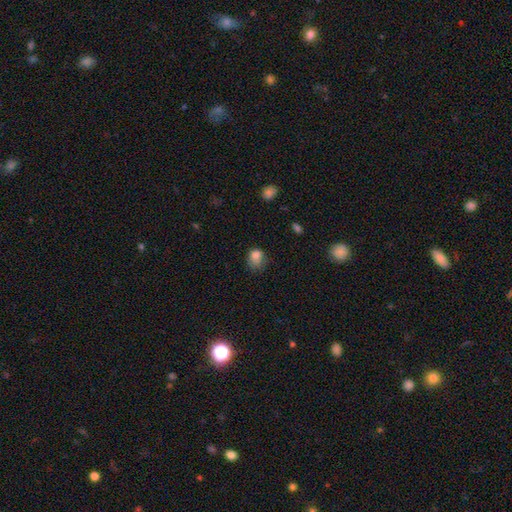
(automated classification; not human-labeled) This is clearly a smooth galaxy (81%). How rounded: possibly round (54%). Merging: marginally none (44%).